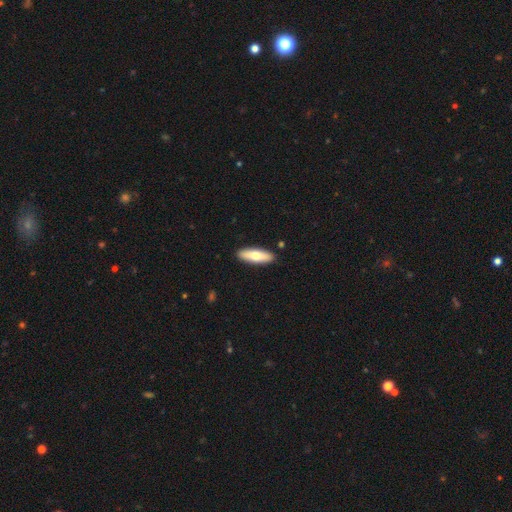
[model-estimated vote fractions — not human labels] A smooth galaxy with no disk features (67%) that is in between round and cigar-shaped (49%).

Vote fractions:
- Smooth or featured? smooth: 67% / featured or disk: 28% / star or artifact: 5%
- How rounded? in between: 49% / cigar-shaped: 48% / round: 2%
- Merging? none: 90% / minor disturbance: 7% / major disturbance: 2% / merger: 1%